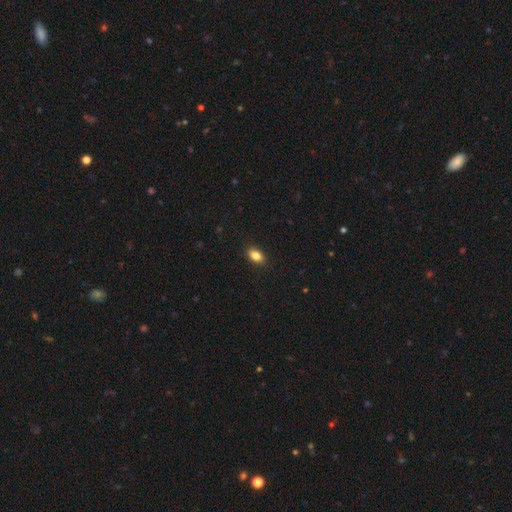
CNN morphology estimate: This appears to be a smooth galaxy with no disk features (86%) that is in between round and cigar-shaped (88%). Merging: none (89%).